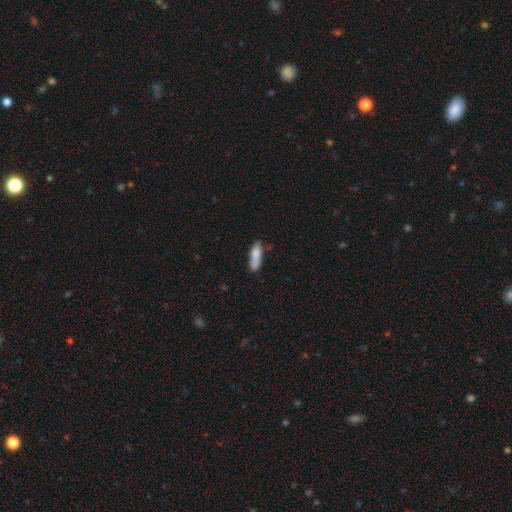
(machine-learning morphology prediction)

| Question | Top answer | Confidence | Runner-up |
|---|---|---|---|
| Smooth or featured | smooth | 81% | featured or disk (12%) |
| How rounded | cigar-shaped | 60% | in between (38%) |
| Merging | none | 64% | minor disturbance (24%) |